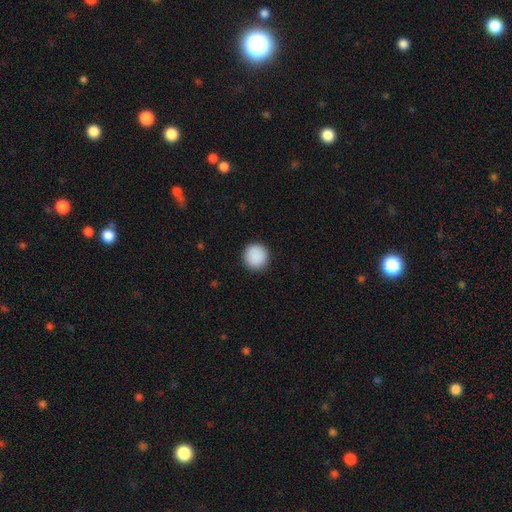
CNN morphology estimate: Smooth or featured? Predicted: smooth (p=0.90). How rounded? Predicted: round (p=0.95). Merging? Predicted: none (p=0.92).